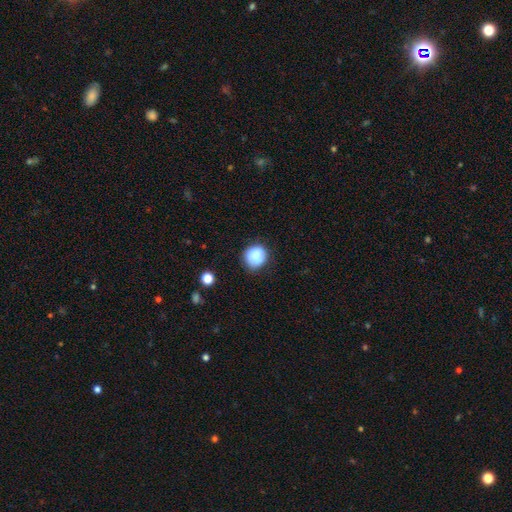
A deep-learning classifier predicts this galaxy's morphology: smooth 86%, star or artifact 9%, featured or disk 6%. Down the decision tree: how rounded — round (83%); merging — none (75%).